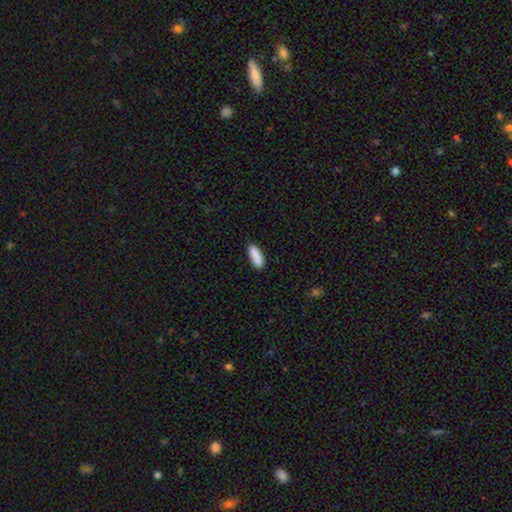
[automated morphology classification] A smooth galaxy with no disk features (88%) that is in between round and cigar-shaped (62%). Merging: none (83%).